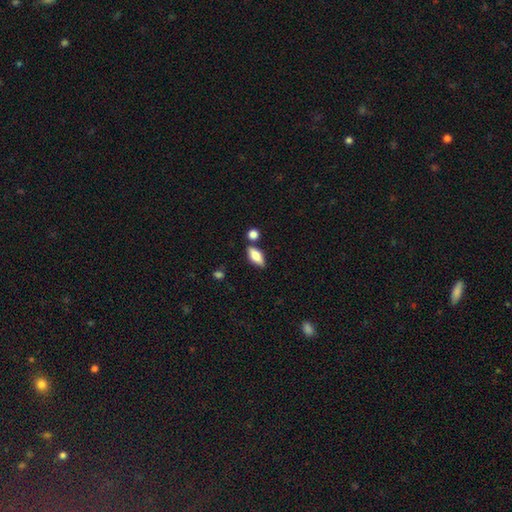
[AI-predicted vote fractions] Morphology: type=smooth (79%); roundness=in between (81%); merging=none (74%).